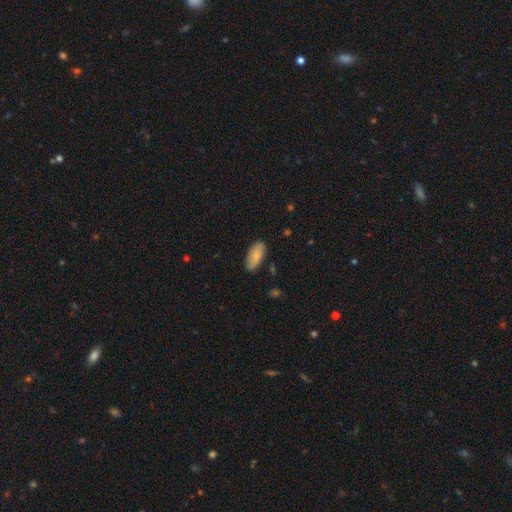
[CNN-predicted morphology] smooth-or-featured: smooth: 81% | featured or disk: 13% | star or artifact: 6%
  how-rounded: in between: 88% | cigar-shaped: 10% | round: 2%
  merging: none: 84% | minor disturbance: 13% | major disturbance: 2% | merger: 1%